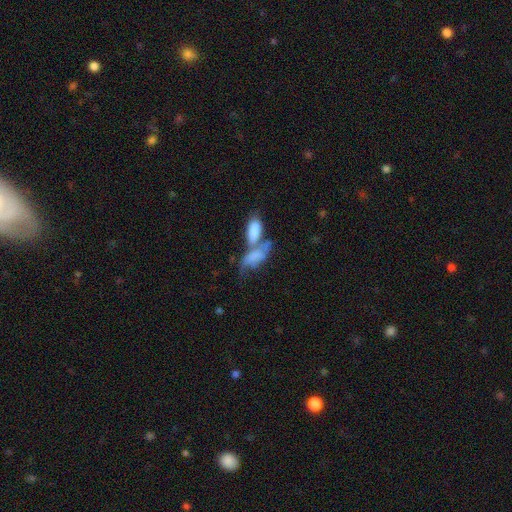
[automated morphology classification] Smooth or featured?
  - smooth: 61% *
  - featured or disk: 31%
  - star or artifact: 8%
How rounded?
  - in between: 83% *
  - cigar-shaped: 13%
  - round: 4%
Merging?
  - merger: 66% *
  - none: 14%
  - major disturbance: 10%
  - minor disturbance: 9%